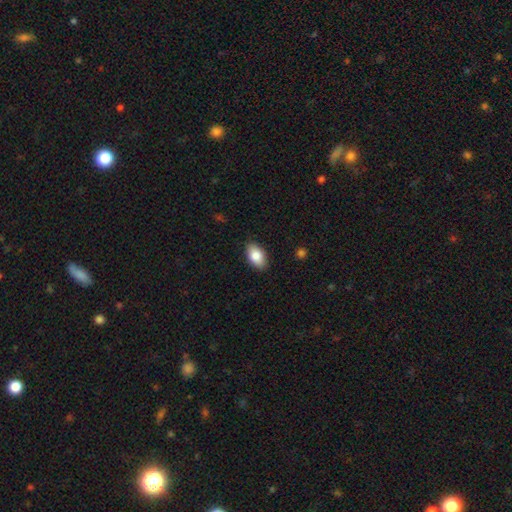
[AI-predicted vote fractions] Morphology: type=smooth (84%); roundness=in between (93%); merging=none (88%).